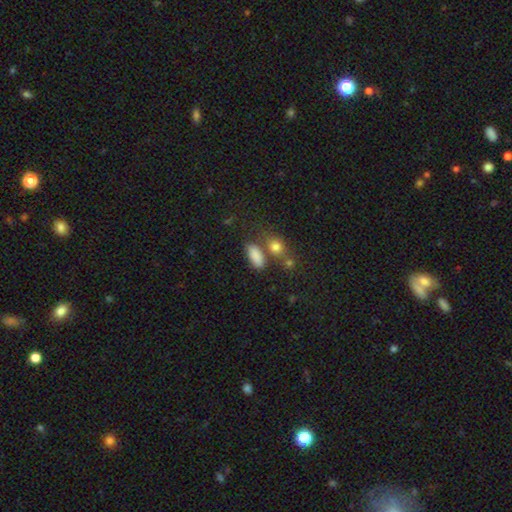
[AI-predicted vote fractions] Morphology: type=smooth (86%); roundness=in between (85%); merging=none (64%).